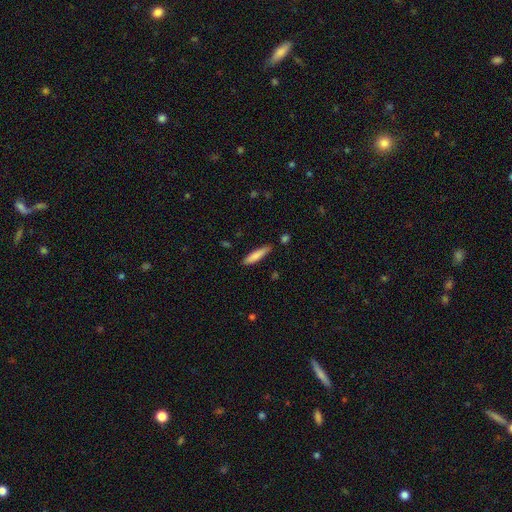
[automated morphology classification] This appears to be a smooth galaxy with no disk features (80%) that is cigar-shaped (82%). Merging: none (82%).